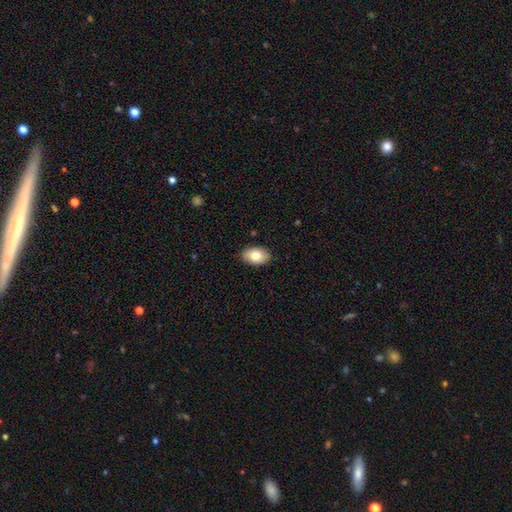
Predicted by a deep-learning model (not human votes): smooth_or_featured: smooth (p=0.79) [alt: featured or disk p=0.14]
how_rounded: in between (p=0.90) [alt: round p=0.09]
merging: none (p=0.88) [alt: minor disturbance p=0.10]